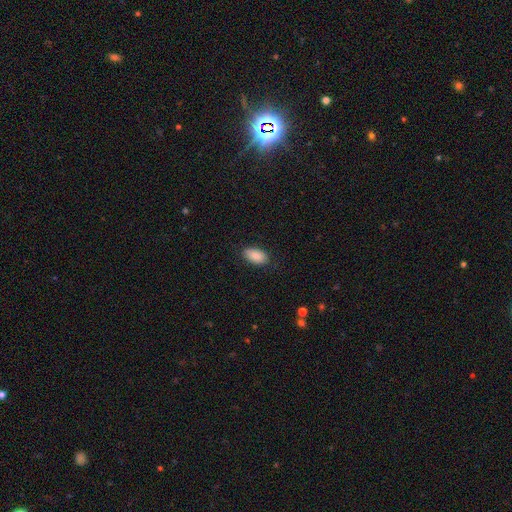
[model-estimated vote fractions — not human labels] The model was most divided on "merging": none: 85%, minor disturbance: 12%, major disturbance: 3%, merger: 1%. More confident: how rounded — in between (93%); smooth or featured — smooth (89%).